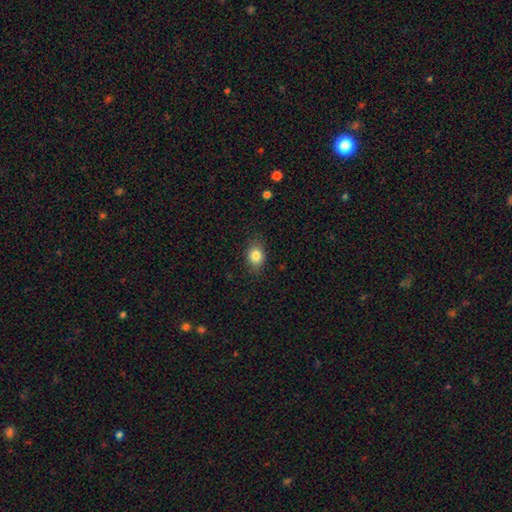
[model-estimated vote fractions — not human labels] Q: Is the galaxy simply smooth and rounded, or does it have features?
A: smooth — 83%.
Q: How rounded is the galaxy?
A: in between — 59%.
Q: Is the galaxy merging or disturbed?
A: none — 83%.